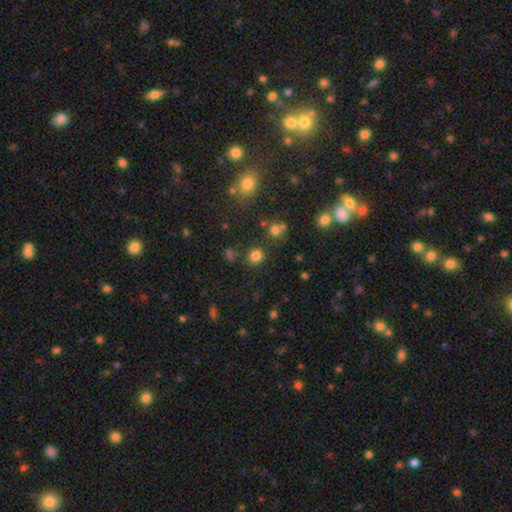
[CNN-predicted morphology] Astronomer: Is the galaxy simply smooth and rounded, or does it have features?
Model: smooth — 78%.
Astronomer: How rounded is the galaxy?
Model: round — 85%.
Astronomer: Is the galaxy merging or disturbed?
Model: none — 83%.